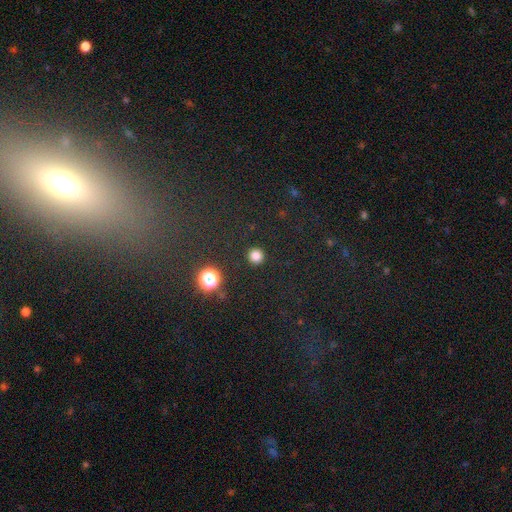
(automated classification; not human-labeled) smooth-or-featured: smooth: 82% | star or artifact: 15% | featured or disk: 4%
  how-rounded: round: 95% | in between: 4% | cigar-shaped: 1%
  merging: none: 92% | minor disturbance: 5% | major disturbance: 2% | merger: 1%